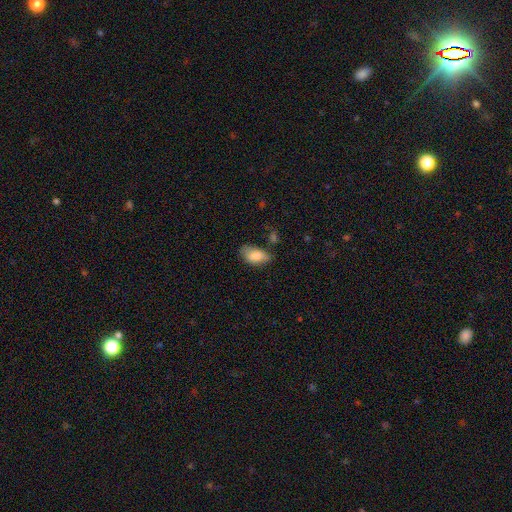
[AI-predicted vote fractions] A smooth galaxy with no disk features (79%) that is in between round and cigar-shaped (91%). Merging: none (52%).